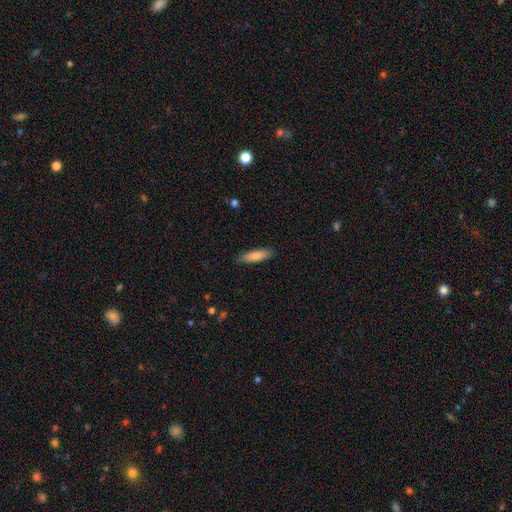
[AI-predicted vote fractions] A smooth galaxy with no disk features (81%) that is cigar-shaped (67%).

Vote fractions:
- Smooth or featured? smooth: 81% / featured or disk: 13% / star or artifact: 6%
- How rounded? cigar-shaped: 67% / in between: 31% / round: 1%
- Merging? none: 86% / minor disturbance: 11% / major disturbance: 2% / merger: 1%